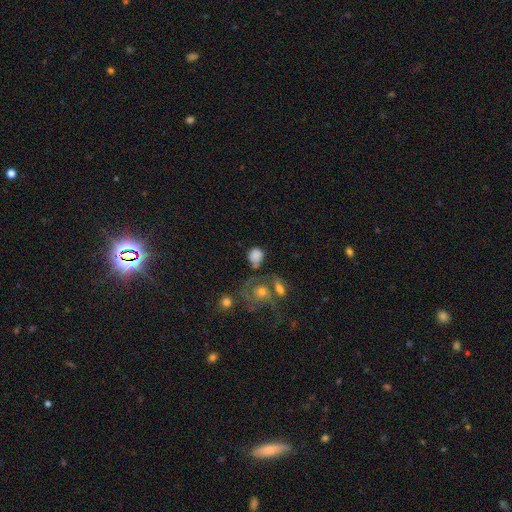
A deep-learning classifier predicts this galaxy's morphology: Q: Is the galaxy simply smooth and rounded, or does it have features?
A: smooth — 74%.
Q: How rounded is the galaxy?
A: round — 66%.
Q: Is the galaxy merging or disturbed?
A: none — 46%.